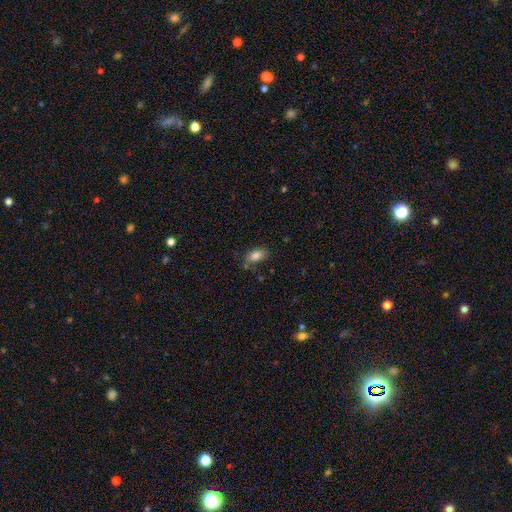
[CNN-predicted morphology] Smooth or featured: smooth — 83% (star or artifact — 9%)
How rounded: in between — 90% (round — 6%)
Merging: none — 70% (minor disturbance — 19%)